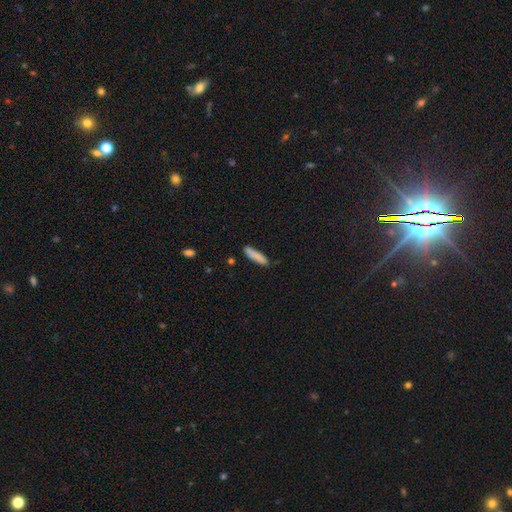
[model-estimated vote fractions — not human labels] This appears to be a smooth galaxy with no disk features (85%) that is cigar-shaped (85%). Merging: none (84%).